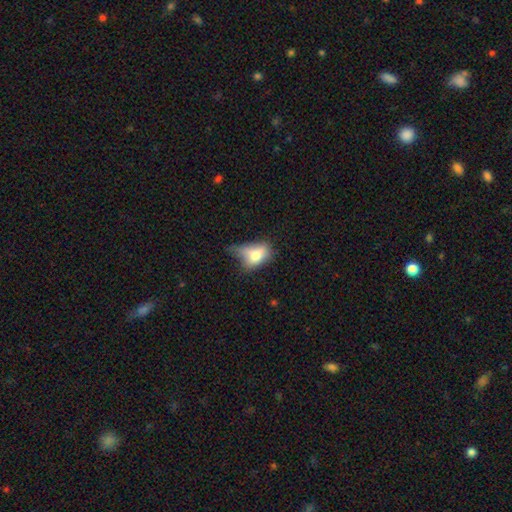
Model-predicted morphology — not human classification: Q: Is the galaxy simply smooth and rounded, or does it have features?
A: smooth — 71%.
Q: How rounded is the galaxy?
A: in between — 82%.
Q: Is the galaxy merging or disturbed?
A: minor disturbance — 36%.